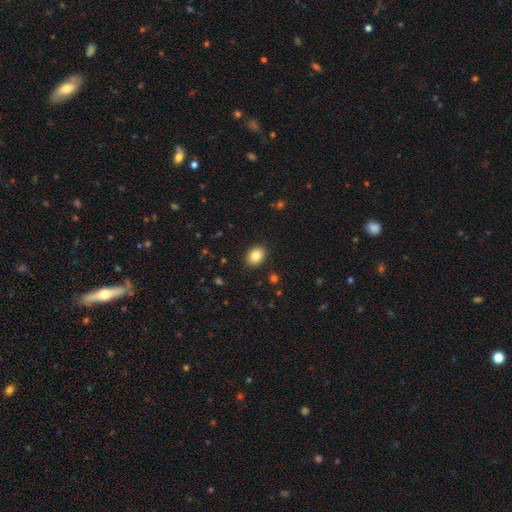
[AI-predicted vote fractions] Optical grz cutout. It shows a smooth galaxy with no disk features (84%) that is in between round and cigar-shaped (66%). Merging: none (90%).